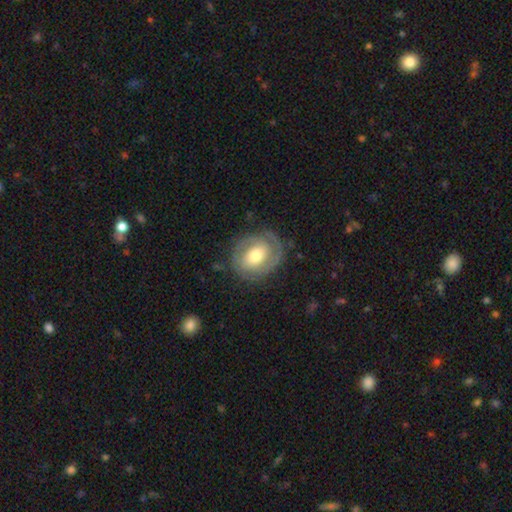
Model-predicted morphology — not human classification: Smooth or featured? Predicted: featured or disk (p=0.62). Edge-on disk? Predicted: no (p=0.96). Bar? Predicted: no (p=0.59). Spiral arms? Predicted: yes (p=0.73). Bulge size? Predicted: moderate (p=0.63). Merging? Predicted: none (p=0.75).